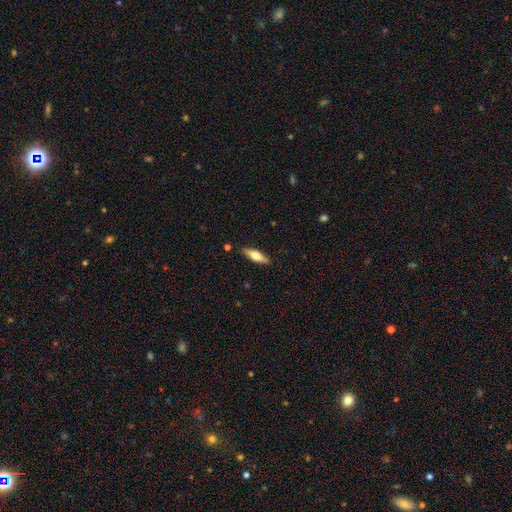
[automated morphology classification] Smooth or featured? Predicted: smooth (p=0.51). How rounded? Predicted: cigar-shaped (p=0.53). Merging? Predicted: none (p=0.88).